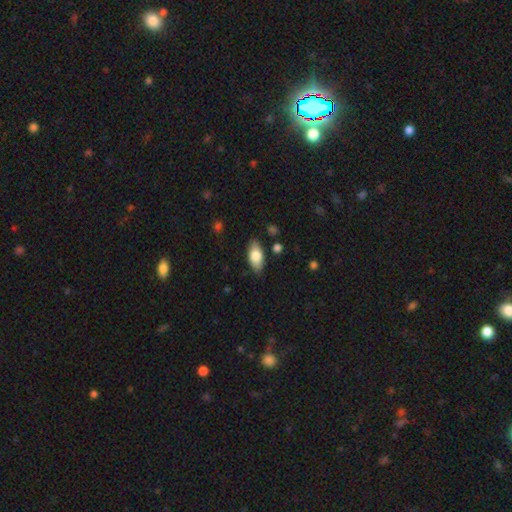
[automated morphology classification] The model was most divided on "smooth or featured": smooth: 76%, featured or disk: 17%, star or artifact: 6%. More confident: how rounded — in between (89%); merging — none (85%).